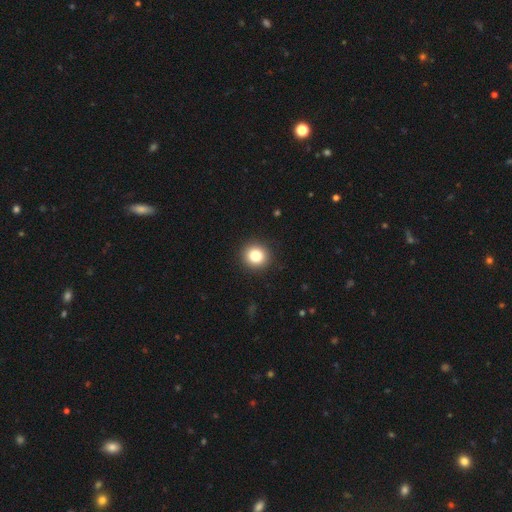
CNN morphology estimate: A smooth galaxy with no disk features (82%) that is round (92%).

Vote fractions:
- Smooth or featured? smooth: 82% / star or artifact: 11% / featured or disk: 6%
- How rounded? round: 92% / in between: 7% / cigar-shaped: 1%
- Merging? none: 92% / minor disturbance: 5% / major disturbance: 2% / merger: 1%